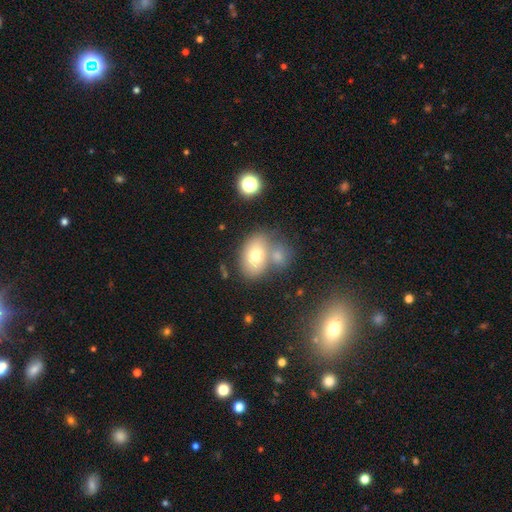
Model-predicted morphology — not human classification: smooth-or-featured: smooth: 70% | featured or disk: 19% | star or artifact: 10%
  how-rounded: in between: 73% | round: 25% | cigar-shaped: 1%
  merging: none: 47% | merger: 33% | minor disturbance: 13% | major disturbance: 6%